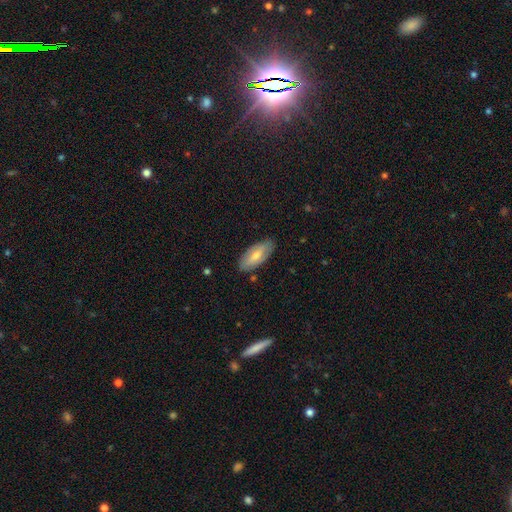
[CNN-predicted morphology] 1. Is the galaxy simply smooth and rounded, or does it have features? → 61% smooth, 33% featured or disk, 6% star or artifact.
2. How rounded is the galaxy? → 85% in between, 13% cigar-shaped, 2% round.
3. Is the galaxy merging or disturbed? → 82% none, 14% minor disturbance, 3% major disturbance, 2% merger.